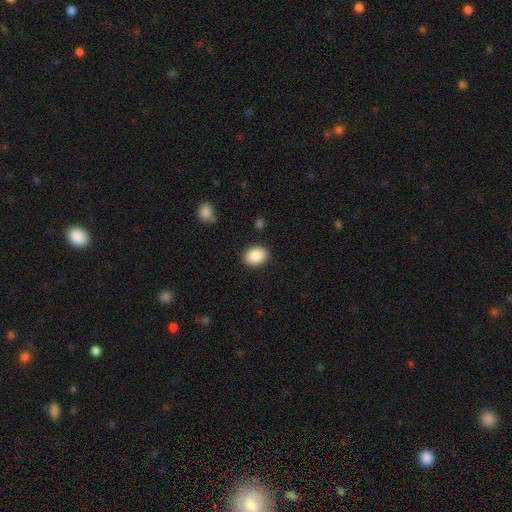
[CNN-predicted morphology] Smooth or featured?
  - smooth: 88% *
  - star or artifact: 7%
  - featured or disk: 5%
How rounded?
  - in between: 71% *
  - round: 28%
  - cigar-shaped: 1%
Merging?
  - none: 88% *
  - minor disturbance: 8%
  - major disturbance: 2%
  - merger: 1%